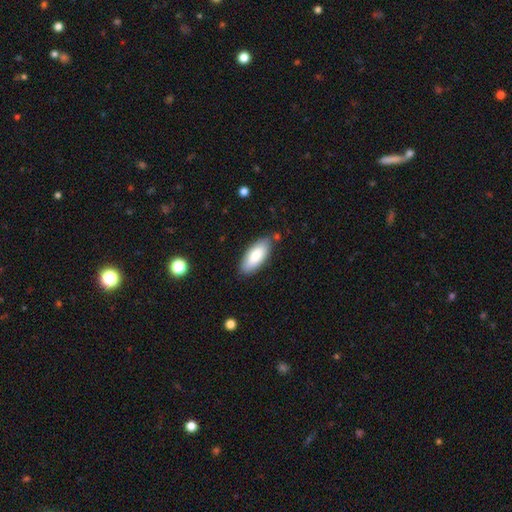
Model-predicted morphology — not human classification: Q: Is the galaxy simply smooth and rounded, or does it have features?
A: smooth — 83%.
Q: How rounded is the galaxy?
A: in between — 83%.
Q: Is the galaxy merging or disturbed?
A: none — 83%.